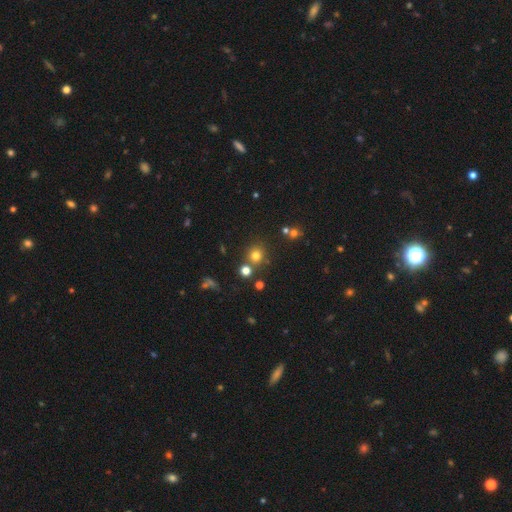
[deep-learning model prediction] A smooth galaxy with no disk features (73%) that is round (89%). Merging: none (75%).